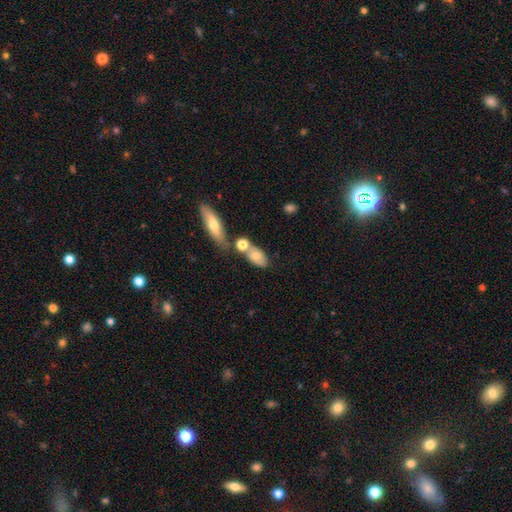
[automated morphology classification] A smooth galaxy with no disk features (67%) that is in between round and cigar-shaped (81%).

Vote fractions:
- Smooth or featured? smooth: 67% / featured or disk: 26% / star or artifact: 8%
- How rounded? in between: 81% / round: 10% / cigar-shaped: 9%
- Merging? none: 48% / merger: 33% / minor disturbance: 13% / major disturbance: 5%